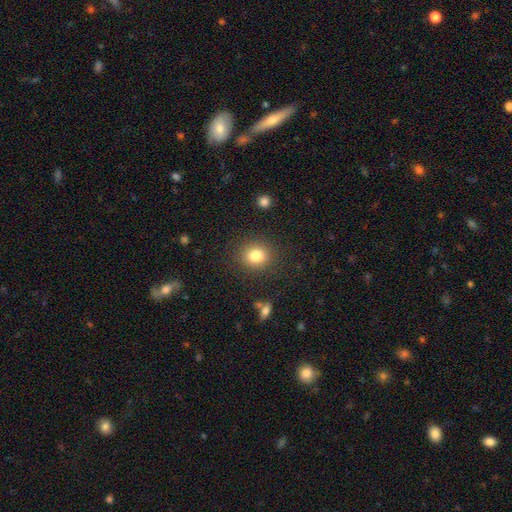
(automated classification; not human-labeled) Smooth or featured?
  - smooth: 82% *
  - star or artifact: 11%
  - featured or disk: 7%
How rounded?
  - round: 72% *
  - in between: 27%
  - cigar-shaped: 1%
Merging?
  - none: 86% *
  - minor disturbance: 9%
  - major disturbance: 3%
  - merger: 2%